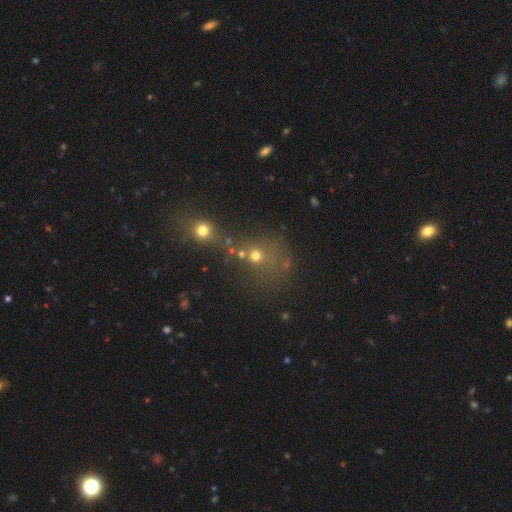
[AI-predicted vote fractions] Q: Smooth or featured?
A: smooth (60%); runner-up: star or artifact (27%)
Q: How rounded?
A: round (77%); runner-up: in between (21%)
Q: Merging?
A: merger (46%); runner-up: none (38%)